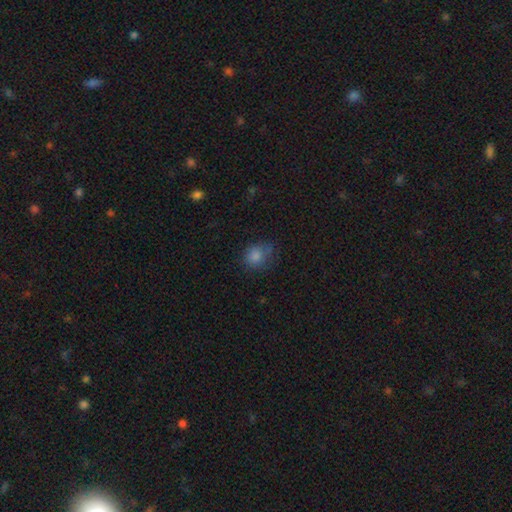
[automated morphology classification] type=smooth (80%); roundness=round (69%); merging=none (60%).